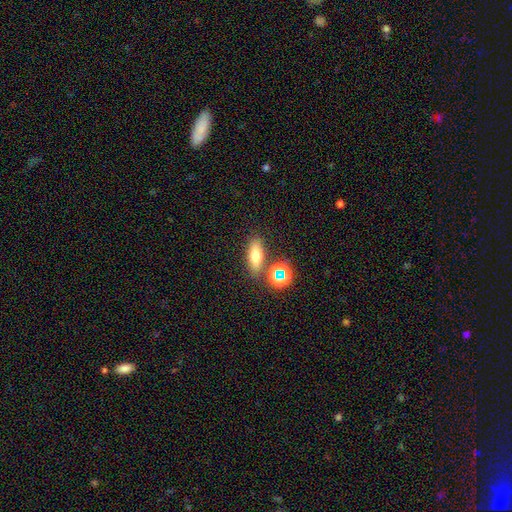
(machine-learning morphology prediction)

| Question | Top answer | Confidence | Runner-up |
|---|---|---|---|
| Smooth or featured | smooth | 66% | featured or disk (18%) |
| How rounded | in between | 62% | cigar-shaped (26%) |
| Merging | none | 77% | minor disturbance (10%) |